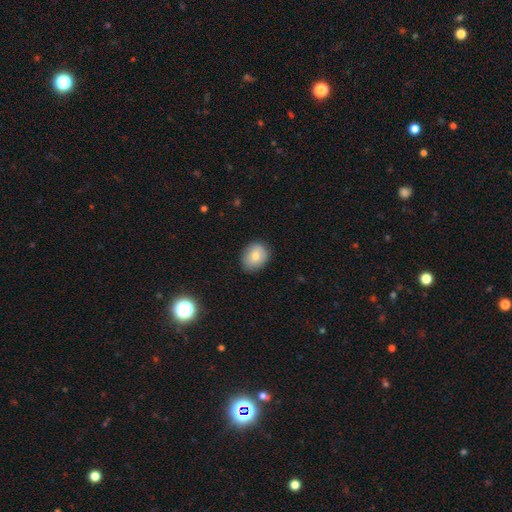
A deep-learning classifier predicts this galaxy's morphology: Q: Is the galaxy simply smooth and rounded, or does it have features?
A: smooth — 78%.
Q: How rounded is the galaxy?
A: round — 51%.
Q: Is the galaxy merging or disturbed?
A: none — 83%.